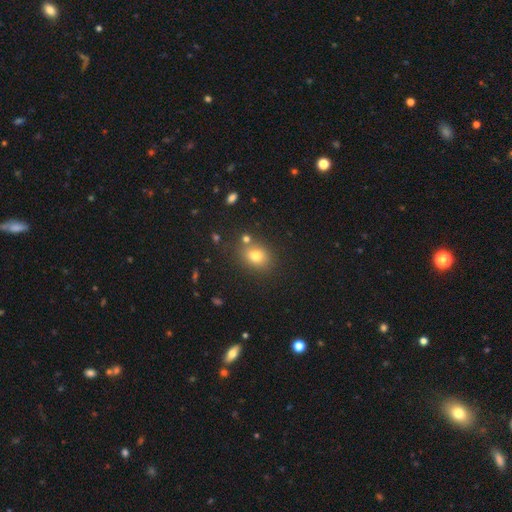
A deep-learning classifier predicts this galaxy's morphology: This appears to be a smooth galaxy with no disk features (76%) that is in between round and cigar-shaped (52%). Merging: none (75%).